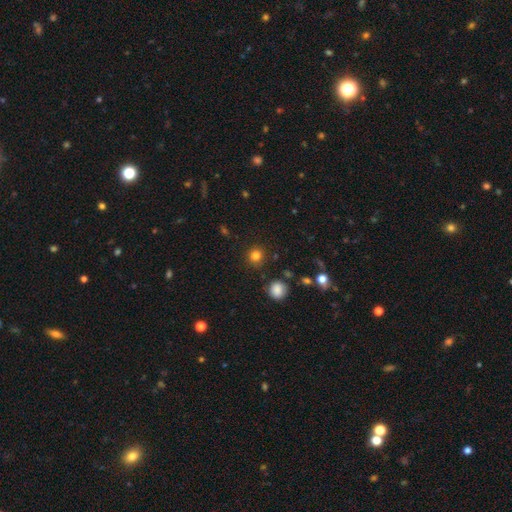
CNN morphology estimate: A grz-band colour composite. It shows a smooth galaxy with no disk features (82%) that is round (92%). Merging: none (89%).